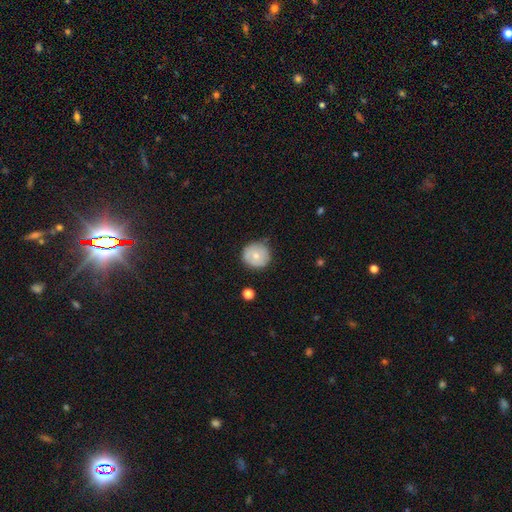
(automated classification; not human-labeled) This appears to be a smooth galaxy with no disk features (69%) that is round (93%). Merging: none (80%).